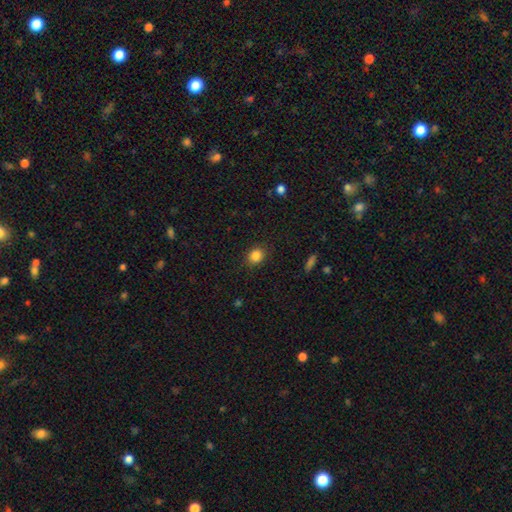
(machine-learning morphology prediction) smooth_or_featured: smooth (p=0.85) [alt: star or artifact p=0.11]
how_rounded: round (p=0.65) [alt: in between p=0.34]
merging: none (p=0.88) [alt: minor disturbance p=0.08]